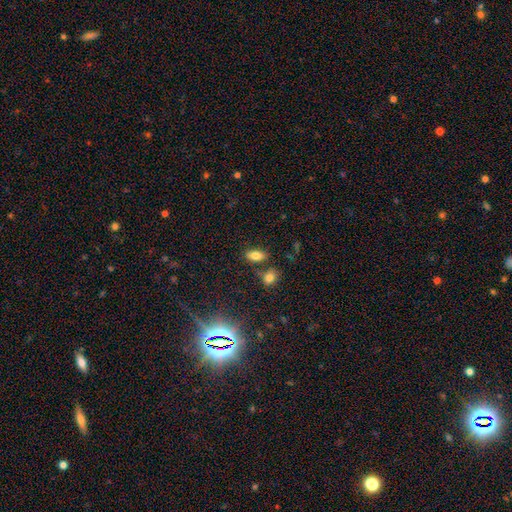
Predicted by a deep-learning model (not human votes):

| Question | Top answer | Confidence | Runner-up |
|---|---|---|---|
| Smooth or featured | smooth | 77% | featured or disk (12%) |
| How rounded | in between | 87% | cigar-shaped (8%) |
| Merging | none | 72% | merger (13%) |